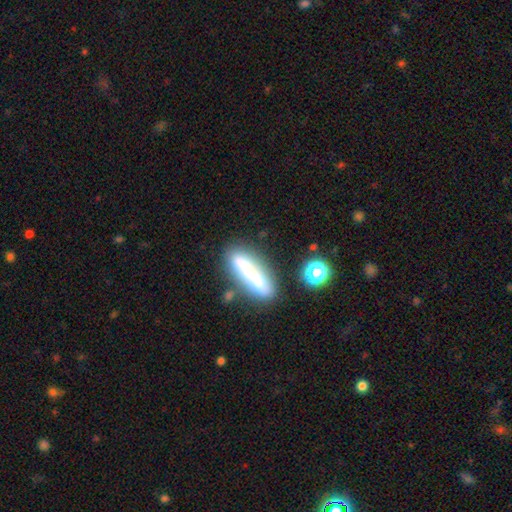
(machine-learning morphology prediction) type=smooth (55%); roundness=cigar-shaped (73%); merging=none (60%).